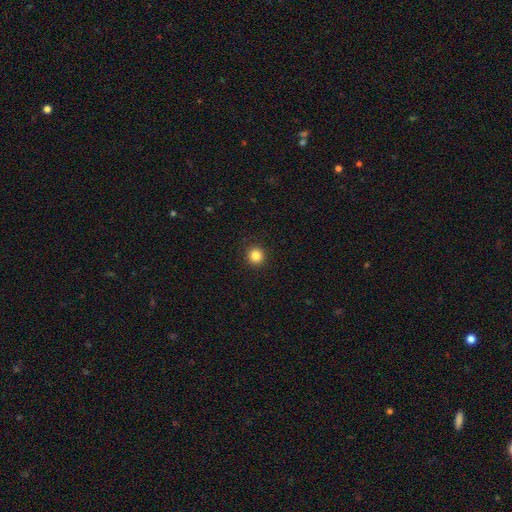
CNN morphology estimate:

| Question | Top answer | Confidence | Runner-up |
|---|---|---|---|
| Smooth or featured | smooth | 85% | star or artifact (11%) |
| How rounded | round | 94% | in between (5%) |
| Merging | none | 93% | minor disturbance (5%) |